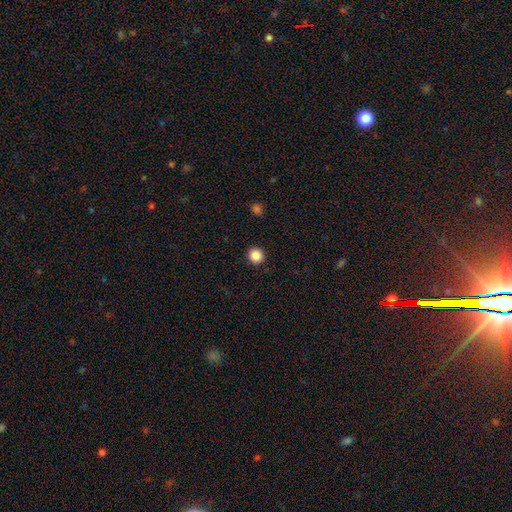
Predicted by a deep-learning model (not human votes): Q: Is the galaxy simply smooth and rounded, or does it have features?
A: smooth — 87%.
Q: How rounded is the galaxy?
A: round — 93%.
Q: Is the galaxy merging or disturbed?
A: none — 93%.